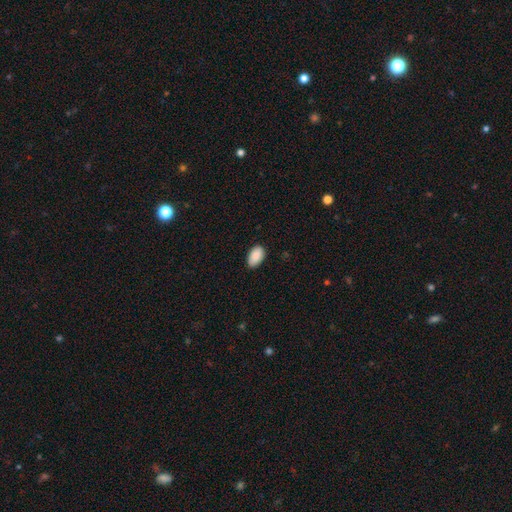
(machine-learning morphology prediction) Smooth or featured? smooth (89%)
How rounded? in between (94%)
Merging? none (84%)